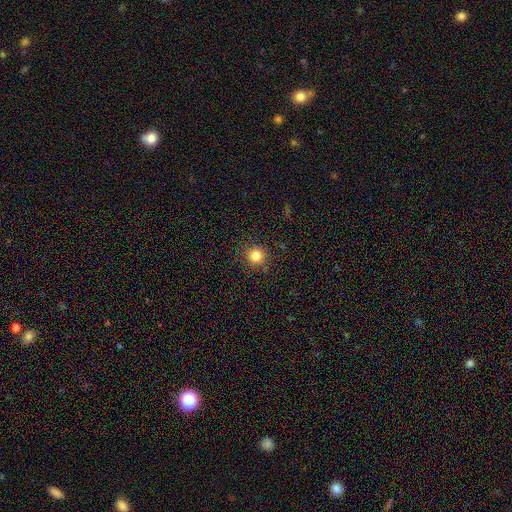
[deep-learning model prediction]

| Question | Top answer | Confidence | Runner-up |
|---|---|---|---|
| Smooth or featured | smooth | 83% | star or artifact (12%) |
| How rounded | round | 94% | in between (5%) |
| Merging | none | 89% | minor disturbance (7%) |